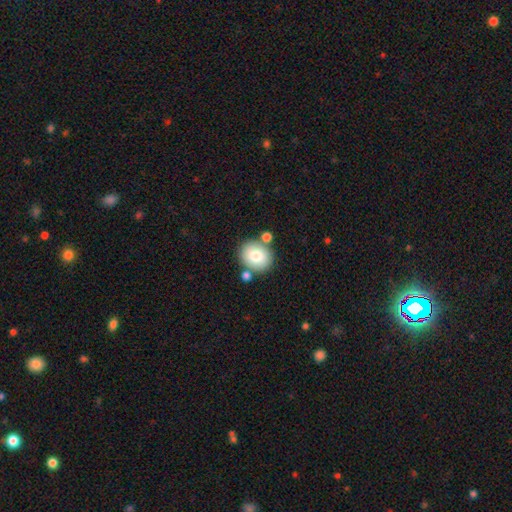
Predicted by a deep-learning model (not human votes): Smooth or featured? Predicted: smooth (p=0.77). How rounded? Predicted: round (p=0.70). Merging? Predicted: none (p=0.73).